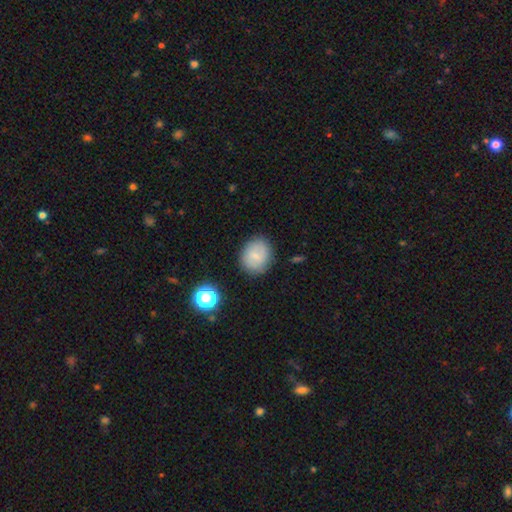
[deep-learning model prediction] smooth-or-featured: smooth: 76% | featured or disk: 14% | star or artifact: 10%
  how-rounded: round: 69% | in between: 30% | cigar-shaped: 1%
  merging: none: 83% | minor disturbance: 12% | major disturbance: 3% | merger: 2%